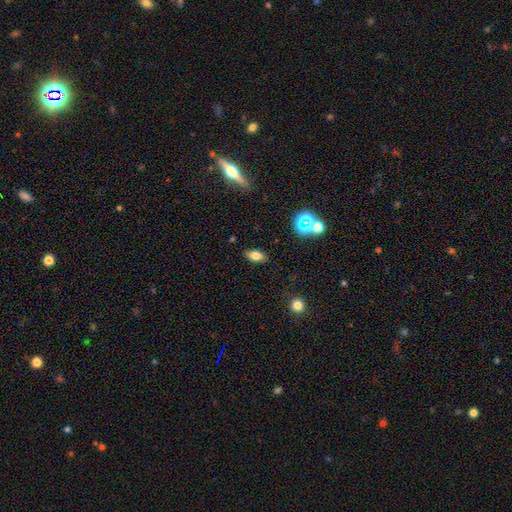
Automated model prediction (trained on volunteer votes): This appears to be a smooth galaxy with no disk features (75%) that is in between round and cigar-shaped (87%). Merging: none (86%).